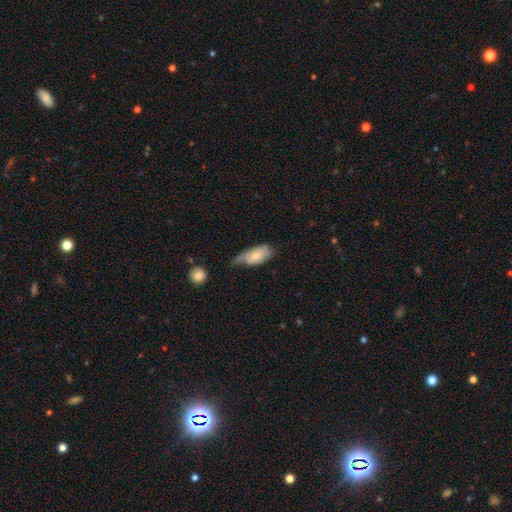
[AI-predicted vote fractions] The model was most divided on "merging": minor disturbance: 41%, none: 34%, major disturbance: 21%, merger: 4%. More confident: how rounded — in between (90%); smooth or featured — smooth (60%).